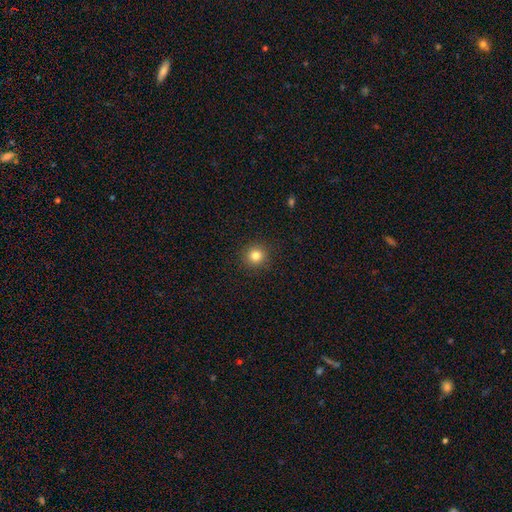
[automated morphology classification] A smooth galaxy with no disk features (83%) that is round (94%). Merging: none (92%).